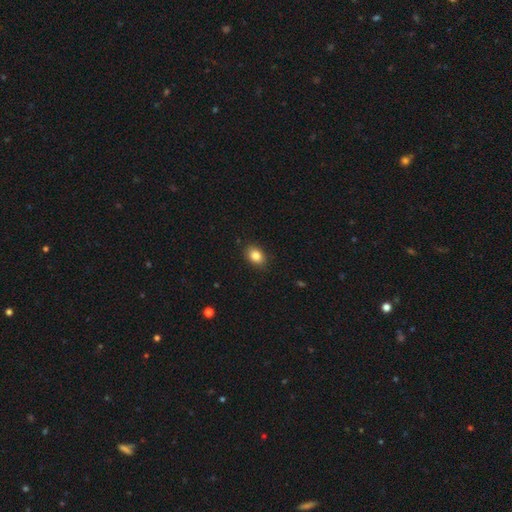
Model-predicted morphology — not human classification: This appears to be a smooth galaxy with no disk features (85%) that is in between round and cigar-shaped (73%). Merging: none (87%).